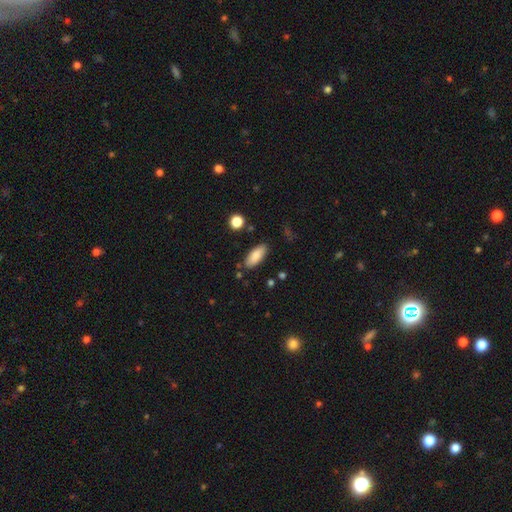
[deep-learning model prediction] A smooth galaxy with no disk features (85%) that is in between round and cigar-shaped (81%).

Vote fractions:
- Smooth or featured? smooth: 85% / featured or disk: 8% / star or artifact: 7%
- How rounded? in between: 81% / cigar-shaped: 17% / round: 2%
- Merging? none: 84% / minor disturbance: 11% / merger: 3% / major disturbance: 3%